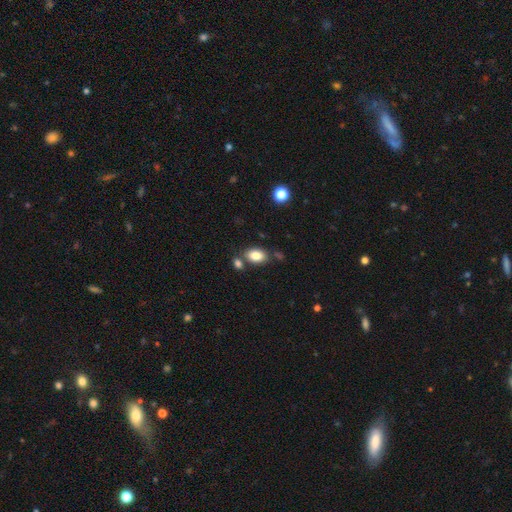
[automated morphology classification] Smooth or featured? Predicted: smooth (p=0.85). How rounded? Predicted: in between (p=0.86). Merging? Predicted: none (p=0.69).